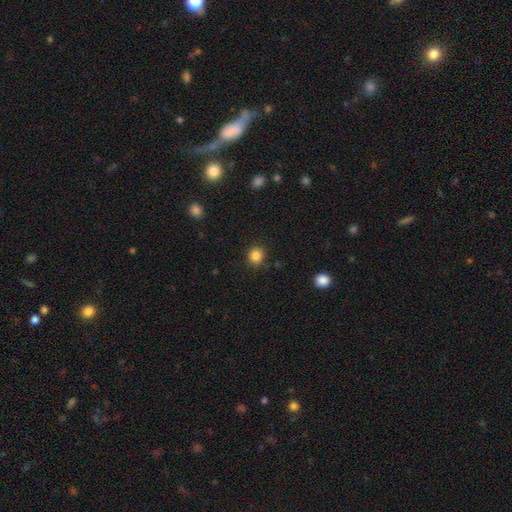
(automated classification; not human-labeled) Morphology: type=smooth (85%); roundness=round (85%); merging=none (89%).